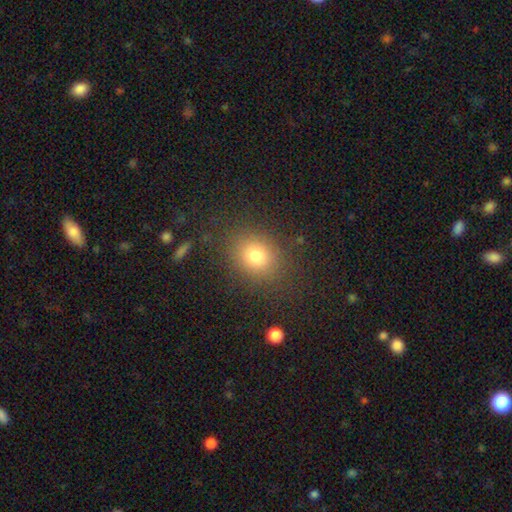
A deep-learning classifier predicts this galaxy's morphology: smooth_or_featured: smooth (p=0.78) [alt: star or artifact p=0.13]
how_rounded: round (p=0.59) [alt: in between p=0.40]
merging: none (p=0.84) [alt: minor disturbance p=0.10]